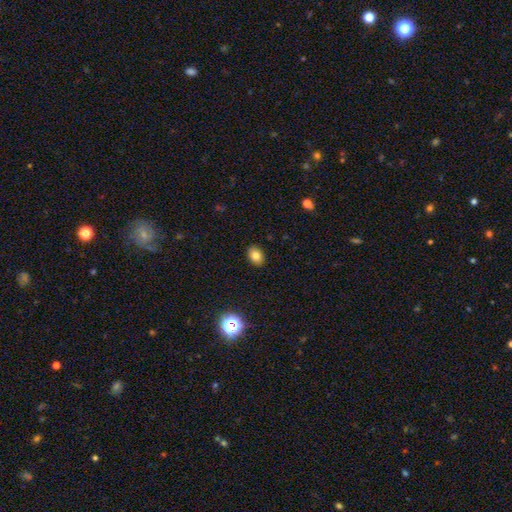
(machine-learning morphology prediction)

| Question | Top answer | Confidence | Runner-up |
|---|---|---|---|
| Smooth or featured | smooth | 80% | star or artifact (12%) |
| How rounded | in between | 72% | round (27%) |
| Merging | none | 89% | minor disturbance (8%) |